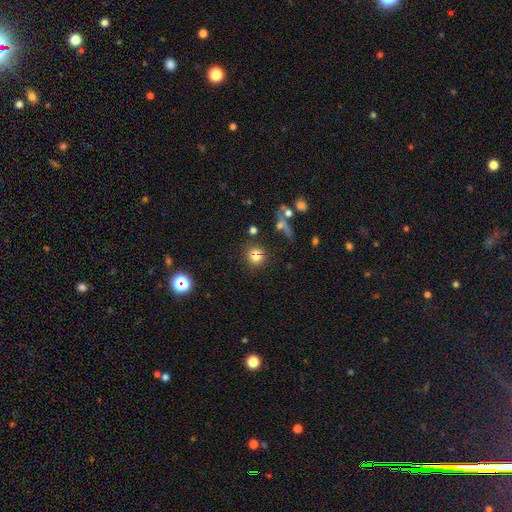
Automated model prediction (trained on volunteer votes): A smooth galaxy with no disk features (69%) that is round (86%). Merging: none (70%).